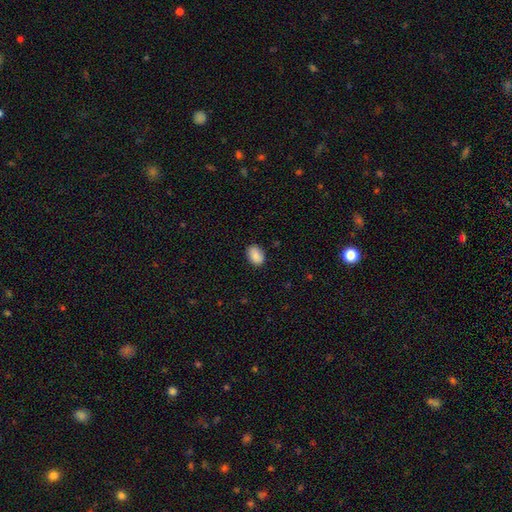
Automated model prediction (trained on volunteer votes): Overall: smooth (88%). How rounded: in between (81%). Merging: none (86%).